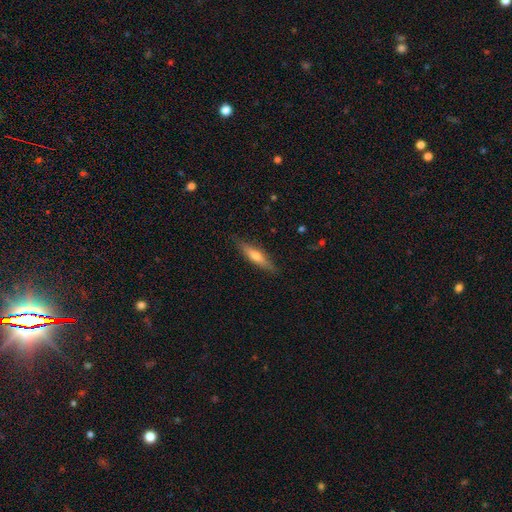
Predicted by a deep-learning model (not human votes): smooth_or_featured: smooth (p=0.51) [alt: featured or disk p=0.43]
how_rounded: cigar-shaped (p=0.78) [alt: in between p=0.20]
merging: none (p=0.86) [alt: minor disturbance p=0.11]